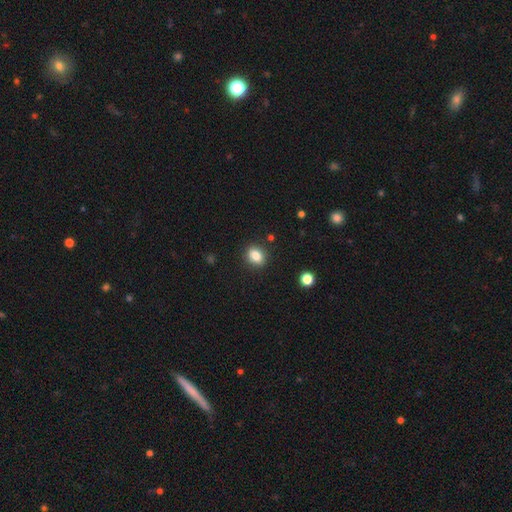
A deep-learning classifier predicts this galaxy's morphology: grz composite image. It shows a smooth galaxy with no disk features (83%) that is in between round and cigar-shaped (49%, tied with round). Merging: none (89%).